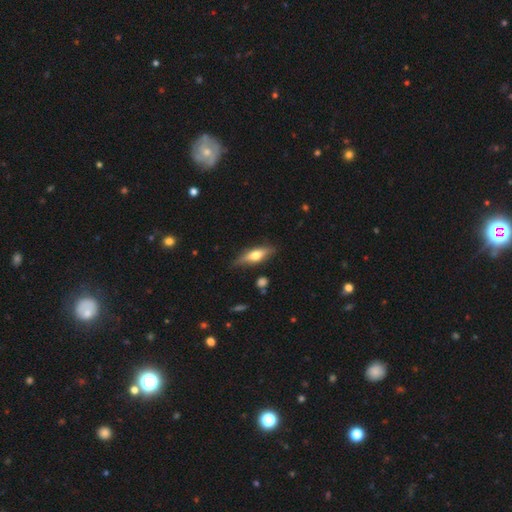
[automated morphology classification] Smooth or featured: featured or disk — 49% (smooth — 45%)
Merging: none — 79% (minor disturbance — 15%)